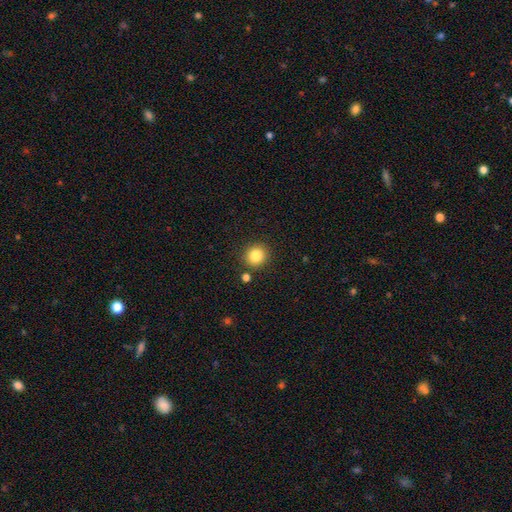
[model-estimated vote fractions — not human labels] A smooth galaxy with no disk features (84%) that is round (87%).

Vote fractions:
- Smooth or featured? smooth: 84% / star or artifact: 11% / featured or disk: 5%
- How rounded? round: 87% / in between: 12% / cigar-shaped: 1%
- Merging? none: 86% / minor disturbance: 7% / merger: 4% / major disturbance: 2%